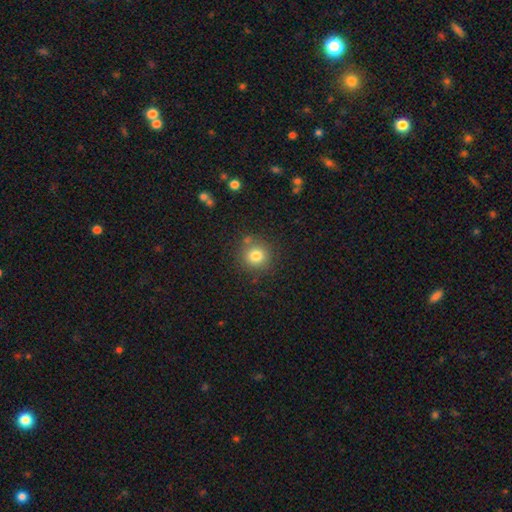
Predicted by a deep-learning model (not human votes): A smooth galaxy with no disk features (79%) that is round (92%). Merging: none (82%).